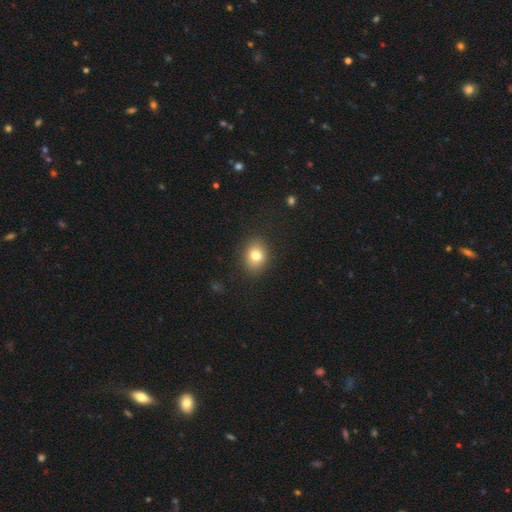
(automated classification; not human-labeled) Overall: smooth (79%). How rounded: round (51%; in between 48%). Merging: none (87%).